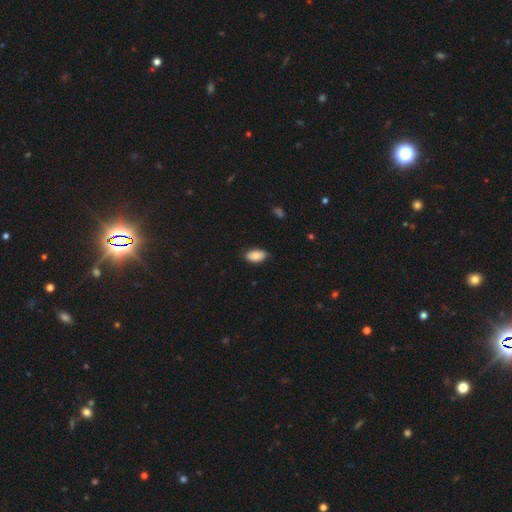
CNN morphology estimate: Smooth or featured?
  - smooth: 84% *
  - featured or disk: 9%
  - star or artifact: 7%
How rounded?
  - in between: 94% *
  - round: 4%
  - cigar-shaped: 2%
Merging?
  - none: 85% *
  - minor disturbance: 12%
  - major disturbance: 2%
  - merger: 1%